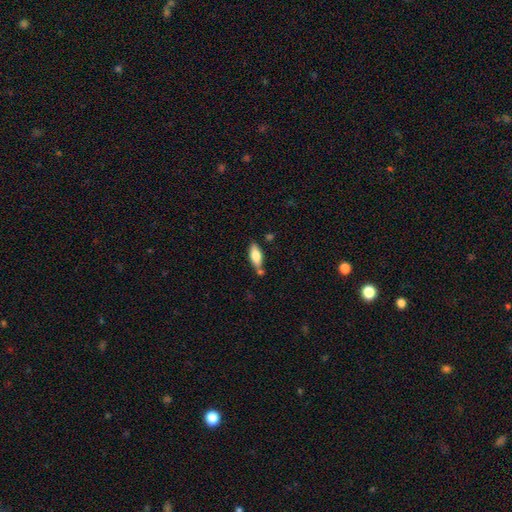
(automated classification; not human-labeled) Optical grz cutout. It shows a smooth galaxy with no disk features (75%) that is in between round and cigar-shaped (77%). Merging: none (62%).